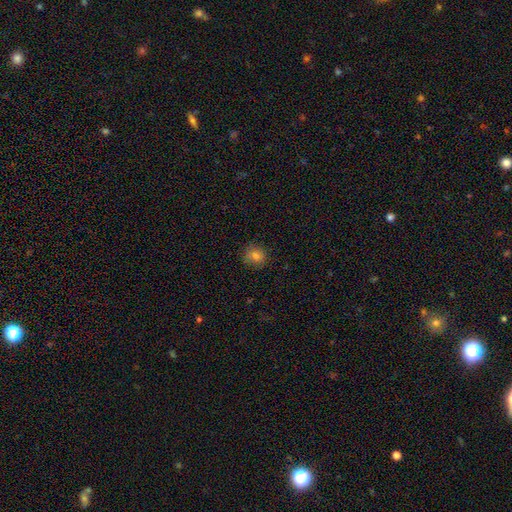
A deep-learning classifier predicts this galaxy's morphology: A smooth galaxy with no disk features (78%) that is round (81%). Merging: none (80%).